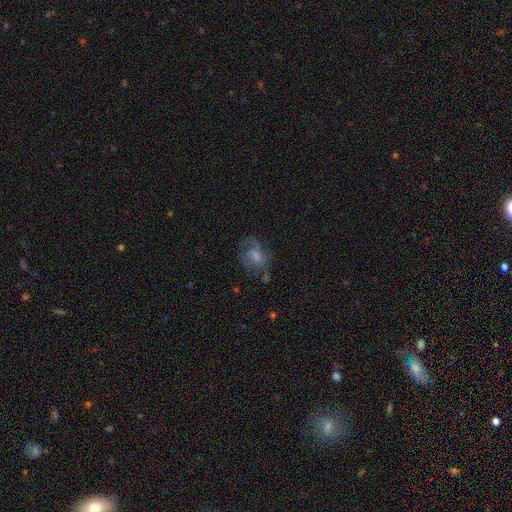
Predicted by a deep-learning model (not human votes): This is possibly a featured or disk galaxy (58%). It is clearly not viewed edge-on (97%). Bar: possibly no (59%). Spiral arm pattern: clearly yes (82%). Central bulge: marginally moderate (44%). Merging: likely none (64%).